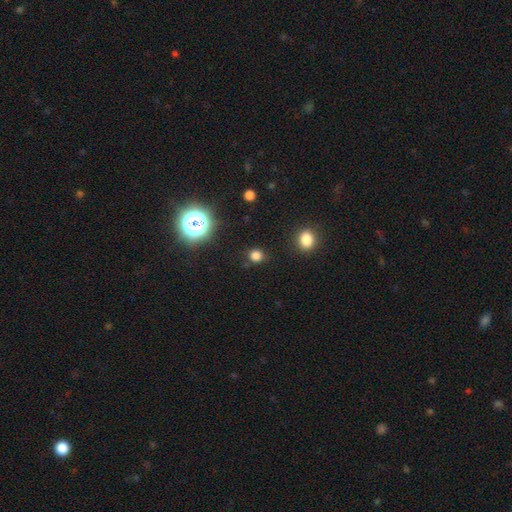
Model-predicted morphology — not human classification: type=smooth (75%); roundness=round (82%); merging=none (86%).